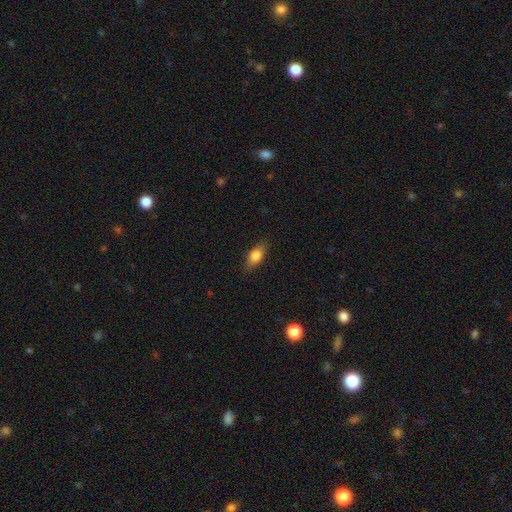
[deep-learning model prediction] Smooth or featured: smooth — 76% (featured or disk — 16%)
How rounded: in between — 79% (cigar-shaped — 12%)
Merging: none — 82% (minor disturbance — 14%)